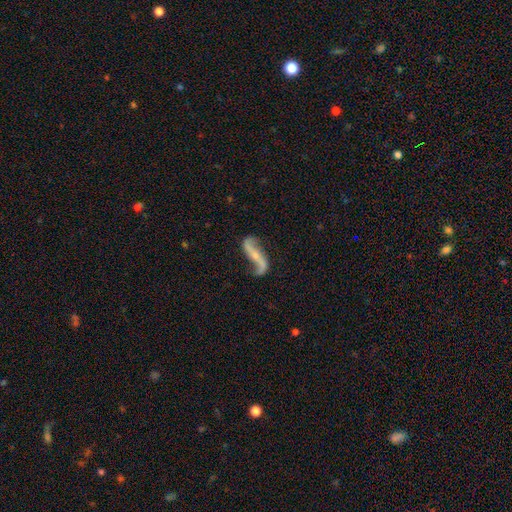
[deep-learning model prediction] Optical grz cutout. It shows a featured or disk galaxy (87%) with no bar (40%), 2 (92%) loose (89%) spiral arms (95%) and a small central bulge (64%). Merging: none (70%).